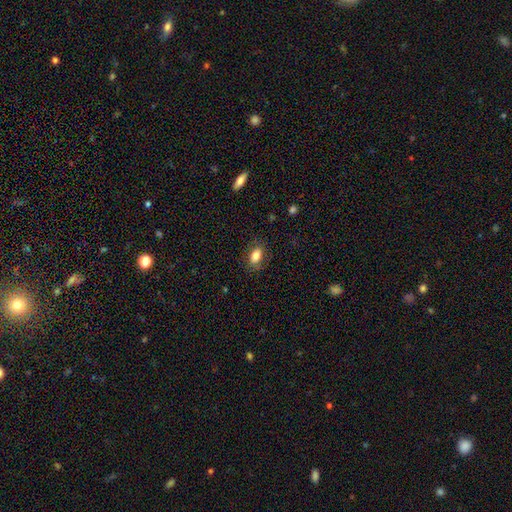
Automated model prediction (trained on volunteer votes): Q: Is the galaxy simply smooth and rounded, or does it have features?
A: smooth — 81%.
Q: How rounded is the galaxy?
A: in between — 87%.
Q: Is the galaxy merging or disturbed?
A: none — 82%.